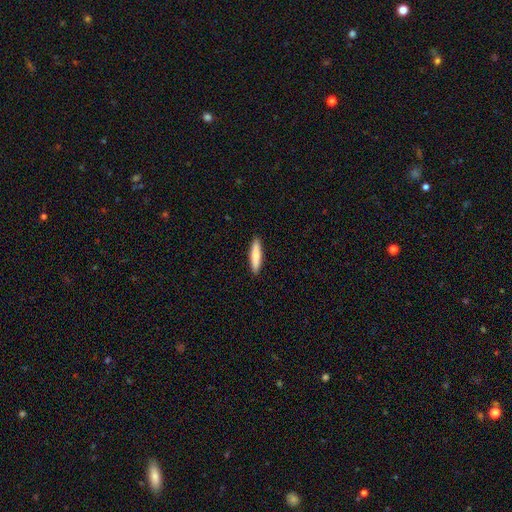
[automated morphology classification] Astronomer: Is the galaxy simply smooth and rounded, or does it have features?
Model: smooth — 72%.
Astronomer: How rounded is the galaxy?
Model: cigar-shaped — 80%.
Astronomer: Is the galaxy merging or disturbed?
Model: none — 91%.